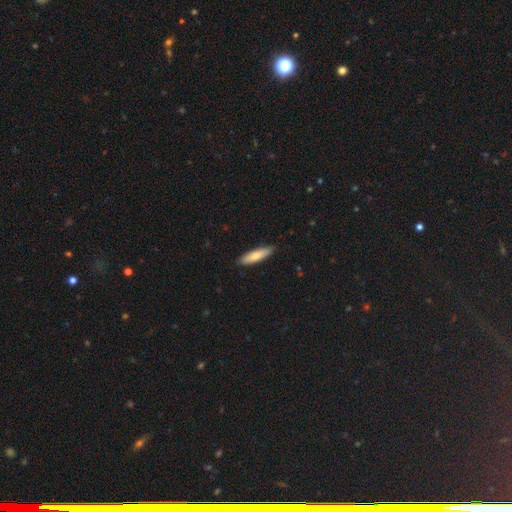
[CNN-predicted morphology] Smooth or featured? Predicted: smooth (p=0.76). How rounded? Predicted: cigar-shaped (p=0.68). Merging? Predicted: none (p=0.88).